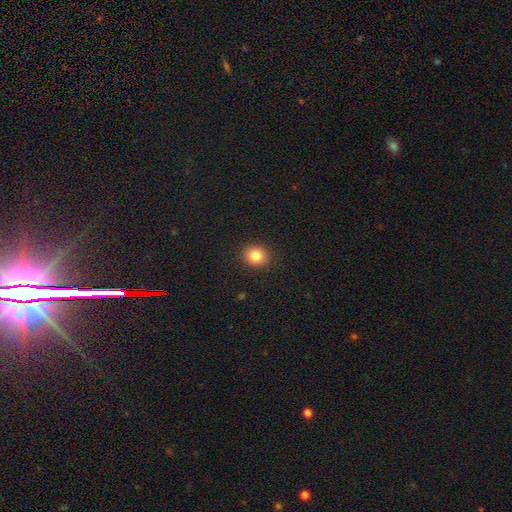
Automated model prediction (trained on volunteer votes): A smooth galaxy with no disk features (83%) that is round (77%). Merging: none (90%).